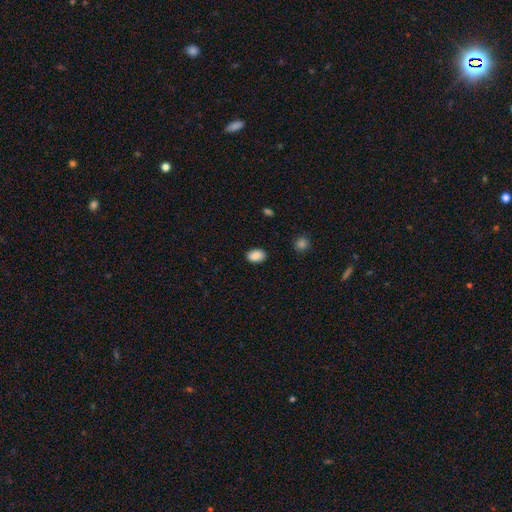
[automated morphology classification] Smooth or featured: smooth — 88% (star or artifact — 8%)
How rounded: in between — 83% (round — 16%)
Merging: none — 88% (minor disturbance — 8%)